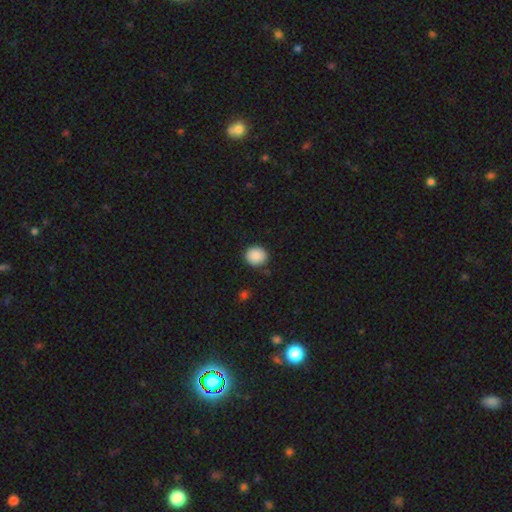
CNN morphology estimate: smooth_or_featured: smooth (p=0.89) [alt: star or artifact p=0.08]
how_rounded: round (p=0.88) [alt: in between p=0.11]
merging: none (p=0.88) [alt: minor disturbance p=0.09]